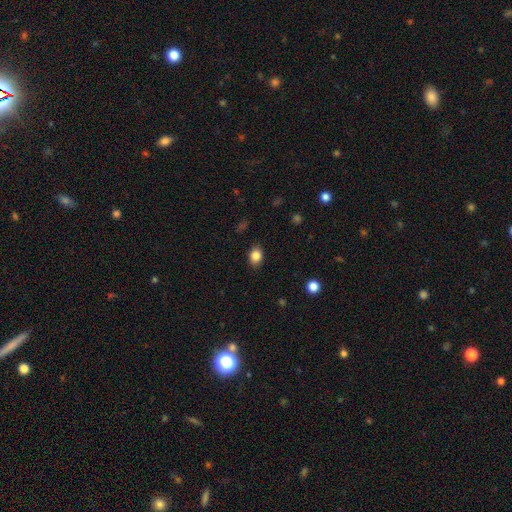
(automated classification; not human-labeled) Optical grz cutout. It shows a smooth galaxy with no disk features (84%) that is in between round and cigar-shaped (61%). Merging: none (87%).